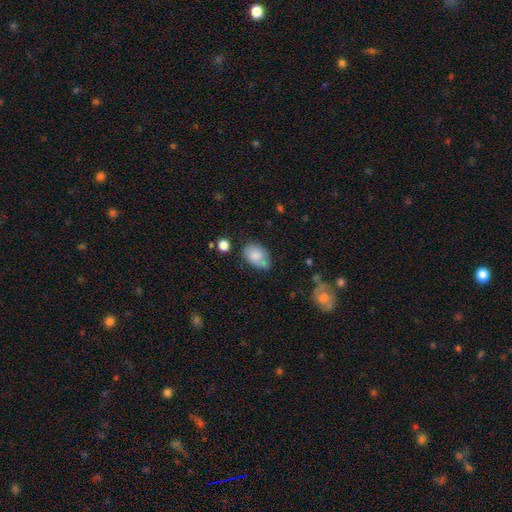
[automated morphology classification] smooth_or_featured: smooth (p=0.79) [alt: featured or disk p=0.13]
how_rounded: in between (p=0.87) [alt: round p=0.12]
merging: none (p=0.58) [alt: minor disturbance p=0.32]